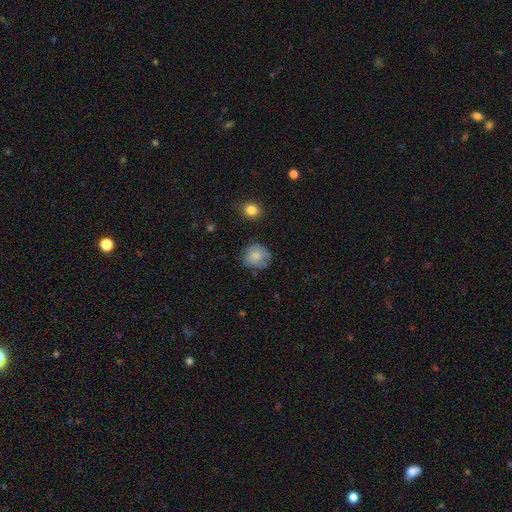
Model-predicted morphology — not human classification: smooth 72%, featured or disk 20%, star or artifact 8%. Down the decision tree: how rounded — round (83%); merging — none (66%).